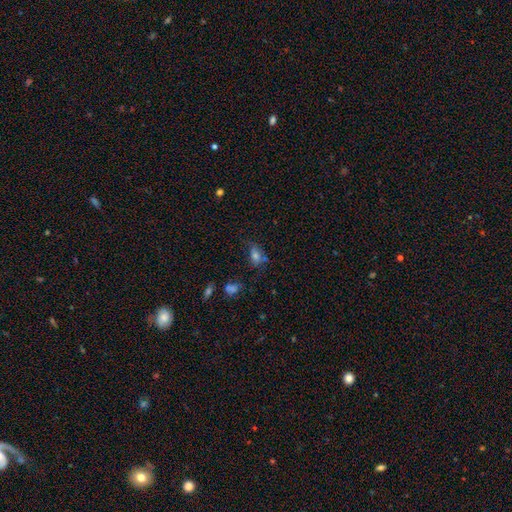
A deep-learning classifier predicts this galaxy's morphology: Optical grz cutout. It shows a smooth galaxy with no disk features (58%) that is in between round and cigar-shaped (74%). Merging: none (53%).